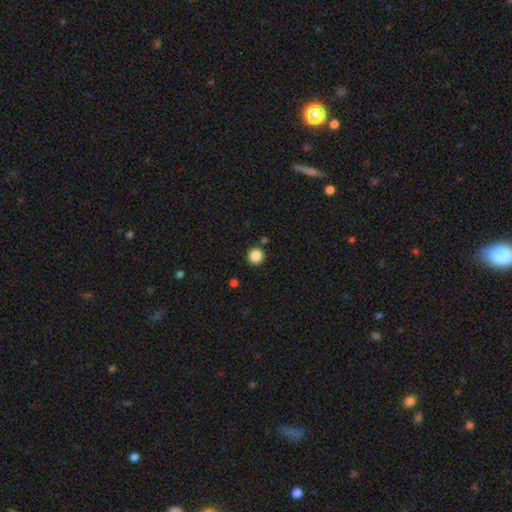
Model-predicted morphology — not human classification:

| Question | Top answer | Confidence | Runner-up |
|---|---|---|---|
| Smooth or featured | smooth | 86% | star or artifact (10%) |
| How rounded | round | 96% | in between (3%) |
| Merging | none | 89% | minor disturbance (6%) |